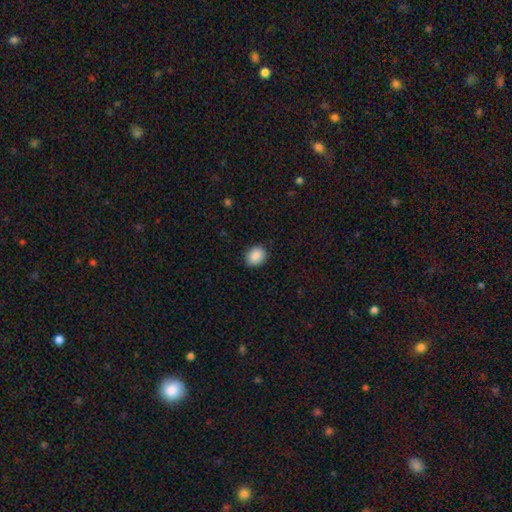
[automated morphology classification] smooth-or-featured: smooth: 90% | star or artifact: 8% | featured or disk: 2%
  how-rounded: round: 54% | in between: 45% | cigar-shaped: 1%
  merging: none: 88% | minor disturbance: 8% | major disturbance: 2% | merger: 1%